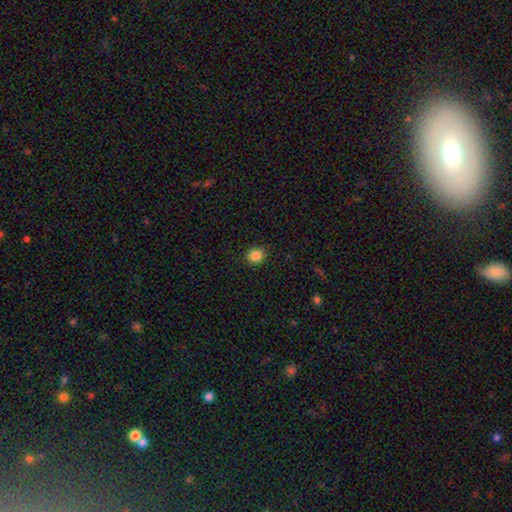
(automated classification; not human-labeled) A smooth galaxy with no disk features (85%) that is round (83%).

Vote fractions:
- Smooth or featured? smooth: 85% / star or artifact: 11% / featured or disk: 4%
- How rounded? round: 83% / in between: 16% / cigar-shaped: 1%
- Merging? none: 89% / minor disturbance: 8% / major disturbance: 2% / merger: 1%